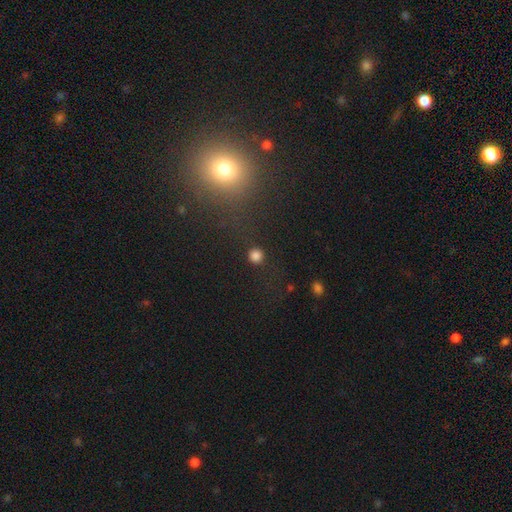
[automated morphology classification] Smooth or featured?
  - smooth: 82% *
  - star or artifact: 14%
  - featured or disk: 4%
How rounded?
  - round: 94% *
  - in between: 5%
  - cigar-shaped: 1%
Merging?
  - none: 89% *
  - minor disturbance: 6%
  - major disturbance: 3%
  - merger: 2%